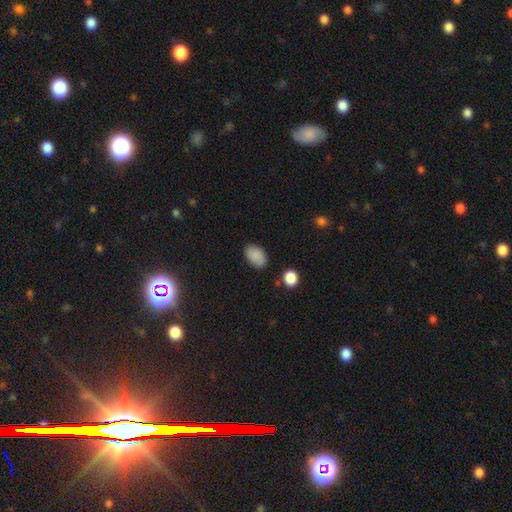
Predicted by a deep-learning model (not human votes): Q: Smooth or featured?
A: smooth (88%); runner-up: star or artifact (8%)
Q: How rounded?
A: in between (89%); runner-up: round (9%)
Q: Merging?
A: none (82%); runner-up: minor disturbance (13%)